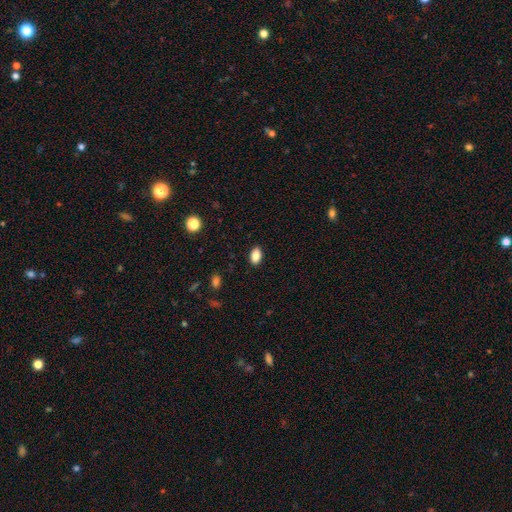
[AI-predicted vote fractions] smooth-or-featured: smooth: 87% | star or artifact: 8% | featured or disk: 5%
  how-rounded: in between: 90% | round: 8% | cigar-shaped: 2%
  merging: none: 89% | minor disturbance: 8% | major disturbance: 2% | merger: 1%